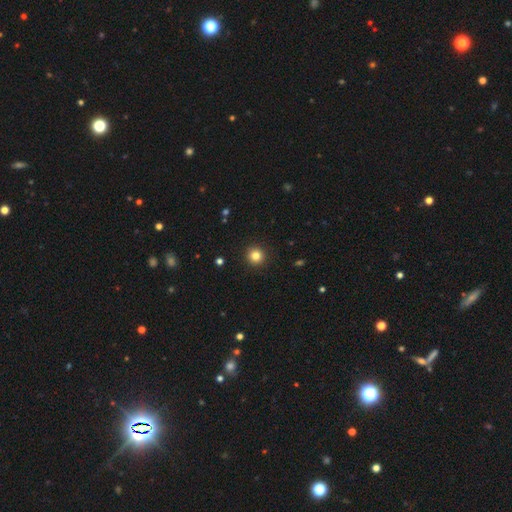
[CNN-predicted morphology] The model was most divided on "smooth or featured": smooth: 82%, star or artifact: 12%, featured or disk: 6%. More confident: how rounded — round (94%); merging — none (93%).